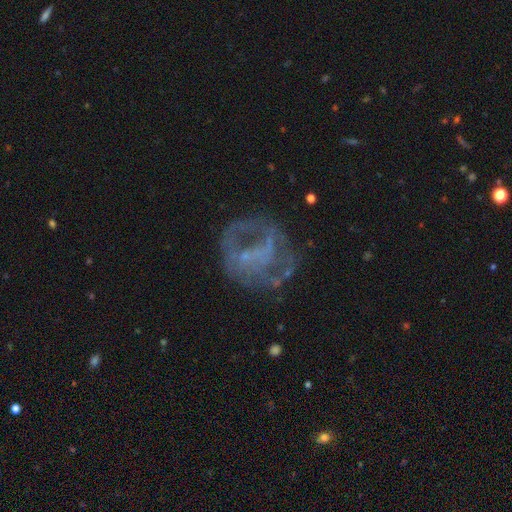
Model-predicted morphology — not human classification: smooth-or-featured: featured or disk: 68% | smooth: 17% | star or artifact: 14%
  disk-edge-on: no: 98% | yes: 2%
    bar: no: 64% | weak: 26% | strong: 10%
    has-spiral-arms: yes: 50% (tied) | no: 50% (tied)
    bulge-size: none: 54% | small: 35% | moderate: 8% | large: 2% | dominant: 1%
  merging: none: 52% | major disturbance: 28% | minor disturbance: 18% | merger: 3%